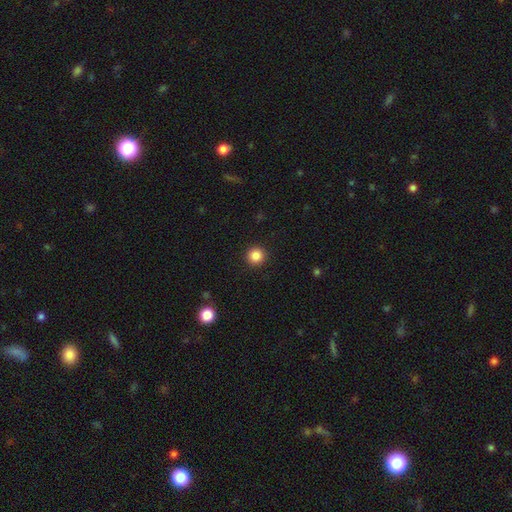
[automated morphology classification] smooth_or_featured: smooth (p=0.85) [alt: star or artifact p=0.11]
how_rounded: round (p=0.95) [alt: in between p=0.04]
merging: none (p=0.92) [alt: minor disturbance p=0.05]